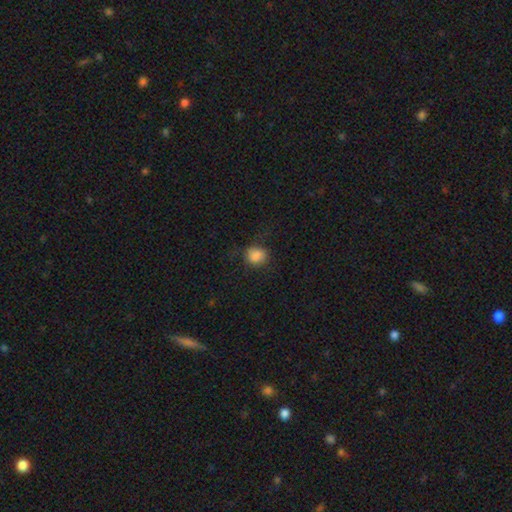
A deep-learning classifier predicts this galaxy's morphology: A smooth galaxy with no disk features (83%) that is round (67%).

Vote fractions:
- Smooth or featured? smooth: 83% / star or artifact: 11% / featured or disk: 6%
- How rounded? round: 67% / in between: 32% / cigar-shaped: 1%
- Merging? none: 70% / minor disturbance: 20% / major disturbance: 9% / merger: 2%